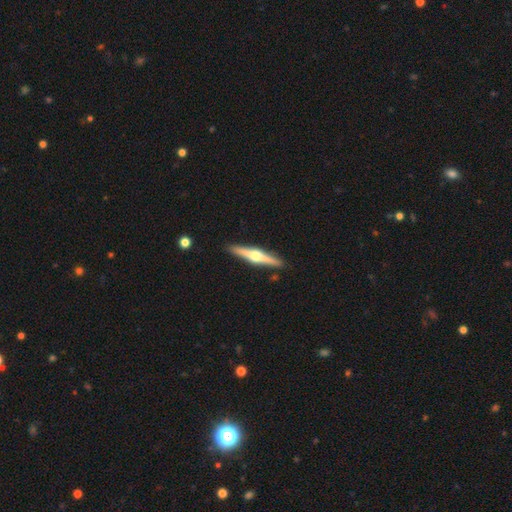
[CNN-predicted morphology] The model was most divided on "smooth or featured": featured or disk: 75%, smooth: 20%, star or artifact: 5%. More confident: edge-on disk — yes (98%); edge-on bulge — rounded (95%); merging — none (91%).